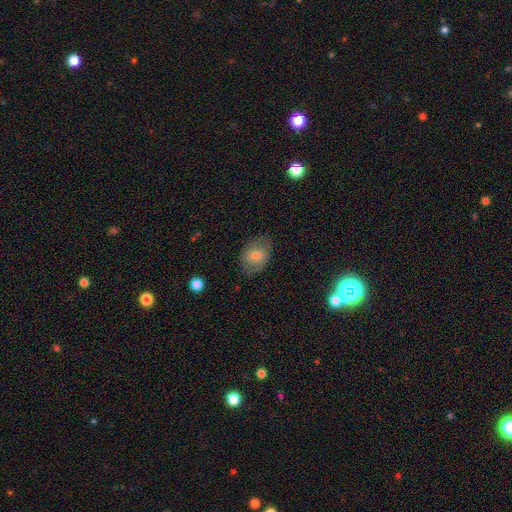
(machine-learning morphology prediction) Smooth or featured? Predicted: smooth (p=0.66). How rounded? Predicted: in between (p=0.72). Merging? Predicted: none (p=0.74).